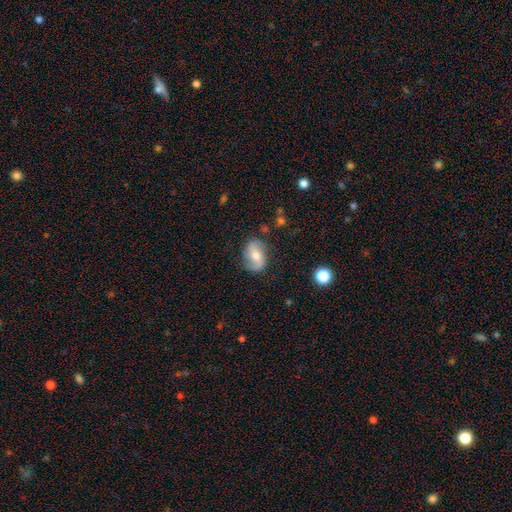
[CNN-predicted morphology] A featured or disk galaxy (59%) with no bar (46%), spiral arms (84%) and a moderate central bulge (69%).

Vote fractions:
- Smooth or featured? featured or disk: 59% / smooth: 34% / star or artifact: 8%
- Edge-on disk? no: 95% / yes: 5%
- Bar? no: 46% / weak: 36% / strong: 18%
- Spiral arms? yes: 84% / no: 16%
- Bulge size? moderate: 69% / small: 23% / large: 6% / none: 2% / dominant: 1%
- Merging? none: 77% / minor disturbance: 16% / major disturbance: 5% / merger: 2%